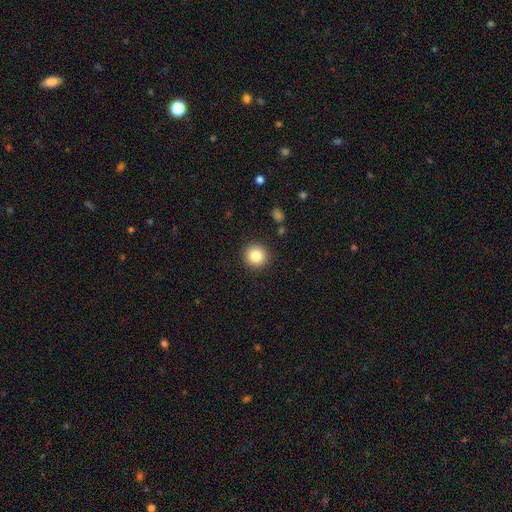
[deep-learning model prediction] Smooth or featured? smooth (84%)
How rounded? round (94%)
Merging? none (91%)